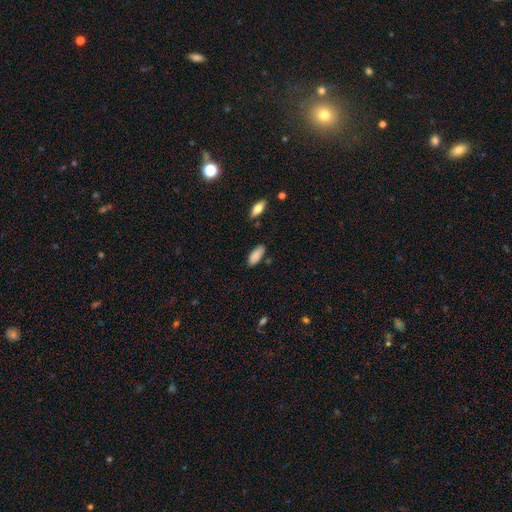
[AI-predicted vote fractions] smooth-or-featured: smooth: 87% | star or artifact: 6% | featured or disk: 6%
  how-rounded: in between: 85% | cigar-shaped: 13% | round: 2%
  merging: none: 81% | minor disturbance: 14% | merger: 3% | major disturbance: 2%